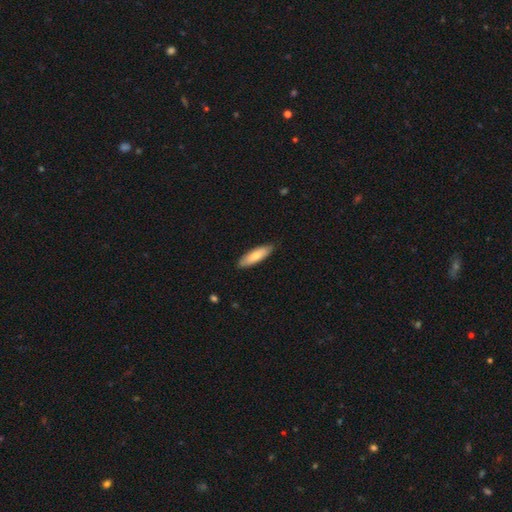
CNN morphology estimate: The model was most divided on "how rounded": cigar-shaped: 51%, in between: 47%, round: 2%. More confident: merging — none (86%); smooth or featured — smooth (78%).